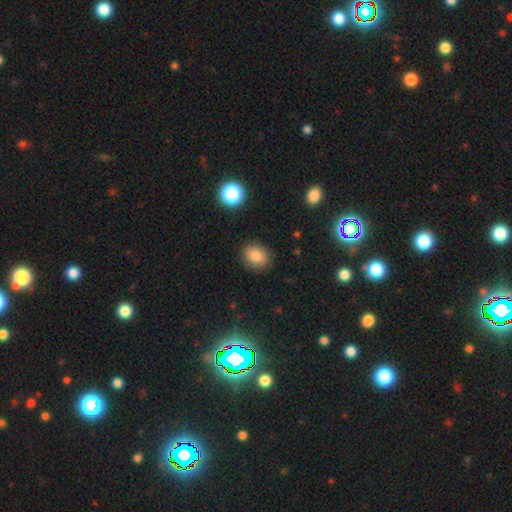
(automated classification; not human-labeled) The model was most divided on "how rounded": in between: 51%, round: 48%, cigar-shaped: 1%. More confident: merging — none (87%); smooth or featured — smooth (83%).